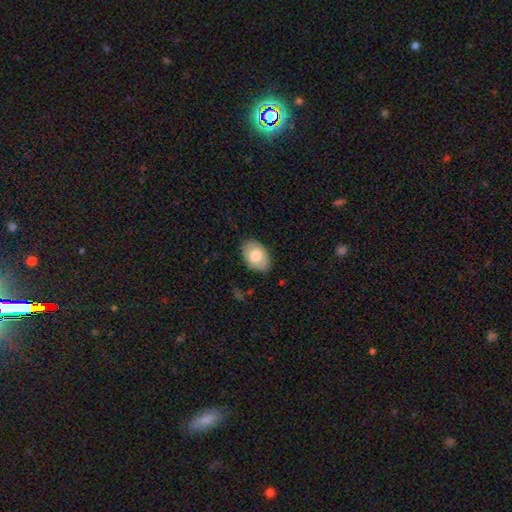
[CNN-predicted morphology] Smooth or featured? Predicted: smooth (p=0.74). How rounded? Predicted: in between (p=0.84). Merging? Predicted: none (p=0.85).